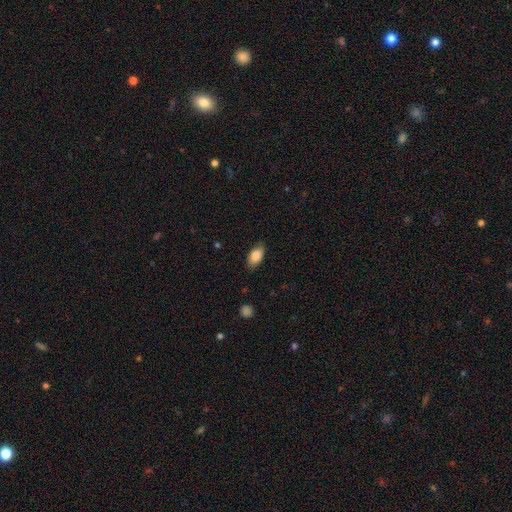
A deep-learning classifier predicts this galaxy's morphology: This is clearly a smooth galaxy (86%). How rounded: clearly in between (92%). Merging: likely none (78%).